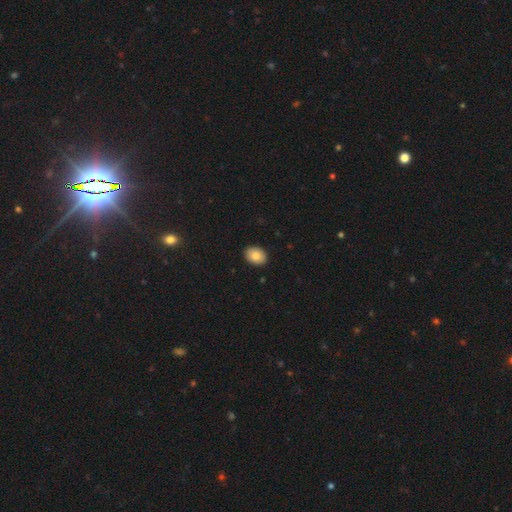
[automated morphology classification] Overall: smooth (87%). How rounded: in between (73%). Merging: none (91%).